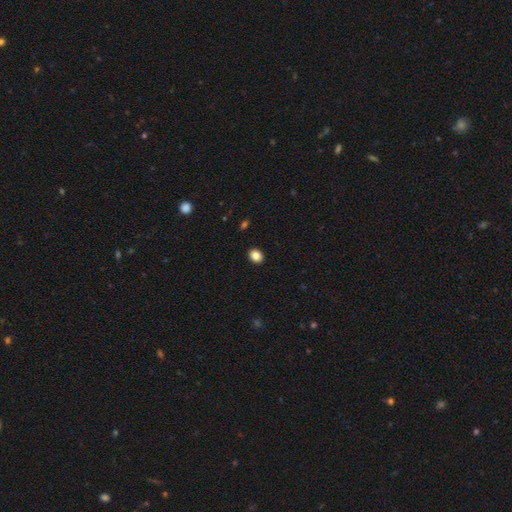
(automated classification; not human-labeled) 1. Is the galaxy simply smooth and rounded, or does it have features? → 86% smooth, 9% star or artifact, 5% featured or disk.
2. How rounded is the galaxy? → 53% in between, 46% round, 1% cigar-shaped.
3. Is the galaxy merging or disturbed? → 91% none, 6% minor disturbance, 2% major disturbance, 1% merger.